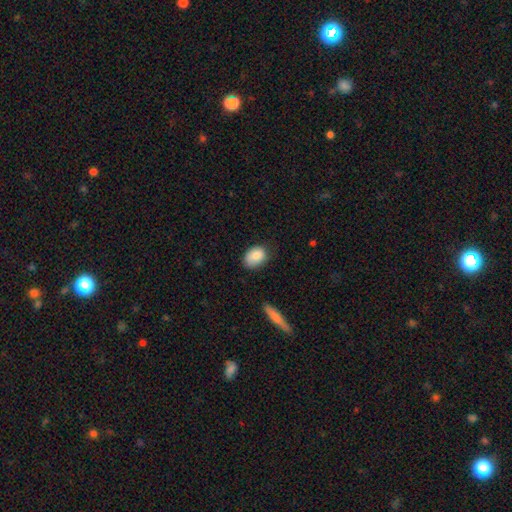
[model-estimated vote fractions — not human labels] Morphology: type=smooth (86%); roundness=in between (76%); merging=none (68%).